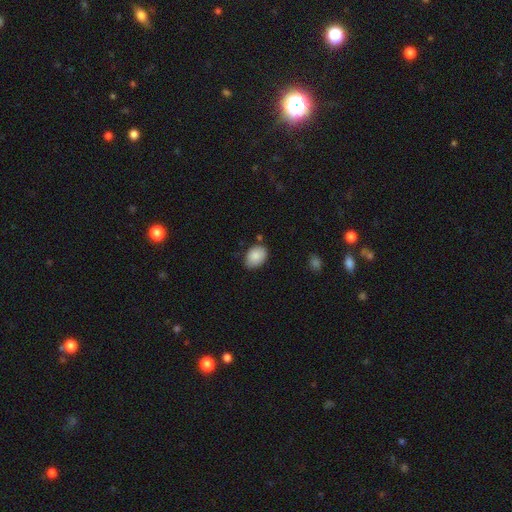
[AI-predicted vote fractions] smooth-or-featured: smooth: 88% | star or artifact: 7% | featured or disk: 5%
  how-rounded: in between: 79% | round: 20% | cigar-shaped: 1%
  merging: none: 74% | minor disturbance: 20% | major disturbance: 3% | merger: 3%